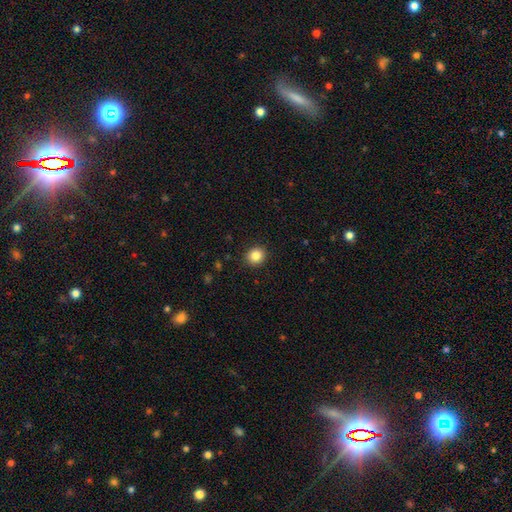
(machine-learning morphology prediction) A smooth galaxy with no disk features (85%) that is round (83%). Merging: none (91%).